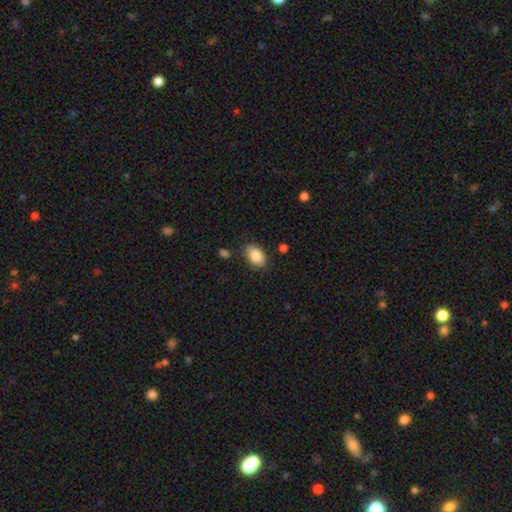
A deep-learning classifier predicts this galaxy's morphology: Overall: smooth (86%). How rounded: in between (90%). Merging: none (82%).